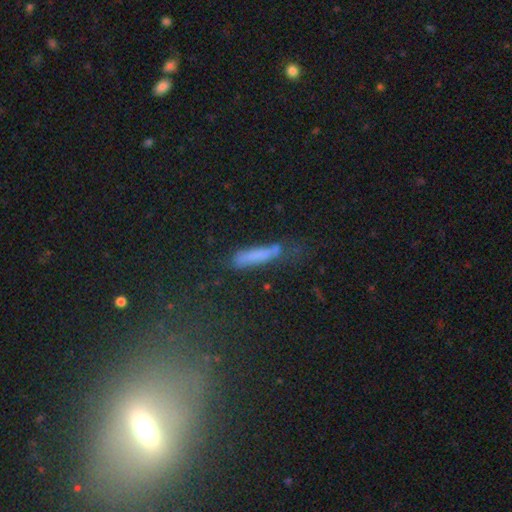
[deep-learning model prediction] smooth-or-featured: smooth: 73% | featured or disk: 15% | star or artifact: 12%
  how-rounded: cigar-shaped: 85% | in between: 12% | round: 2%
  merging: none: 57% | minor disturbance: 24% | major disturbance: 11% | merger: 7%